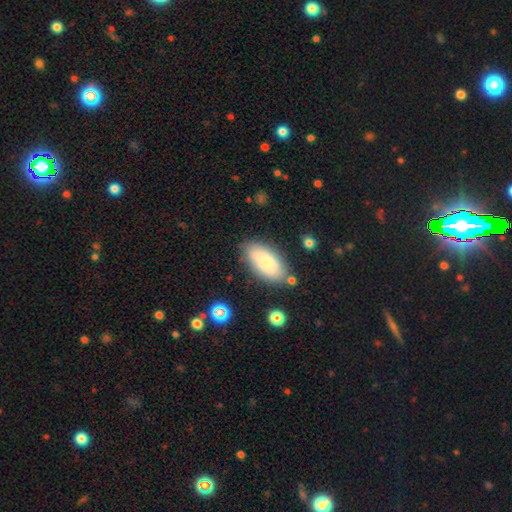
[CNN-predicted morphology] This is likely a smooth galaxy (75%). How rounded: clearly in between (91%). Merging: likely none (76%).